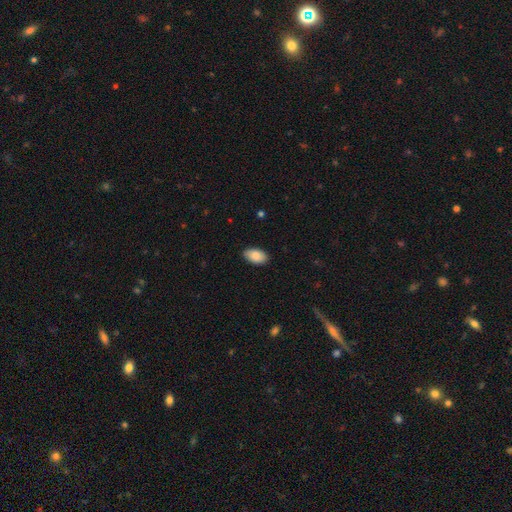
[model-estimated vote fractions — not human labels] Morphology: type=smooth (87%); roundness=in between (95%); merging=none (88%).